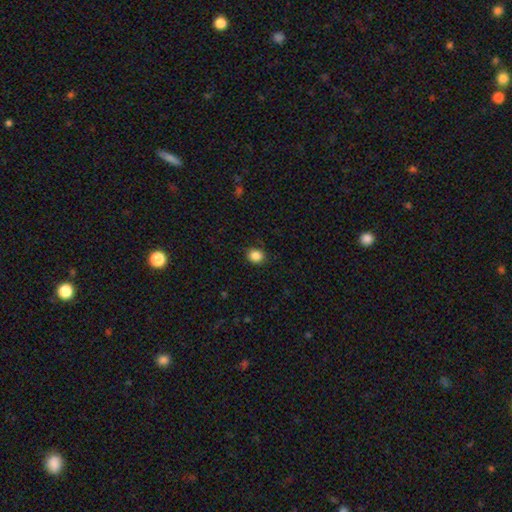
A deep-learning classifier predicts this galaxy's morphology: Q: Smooth or featured?
A: smooth (86%); runner-up: star or artifact (10%)
Q: How rounded?
A: round (67%); runner-up: in between (32%)
Q: Merging?
A: none (87%); runner-up: minor disturbance (10%)